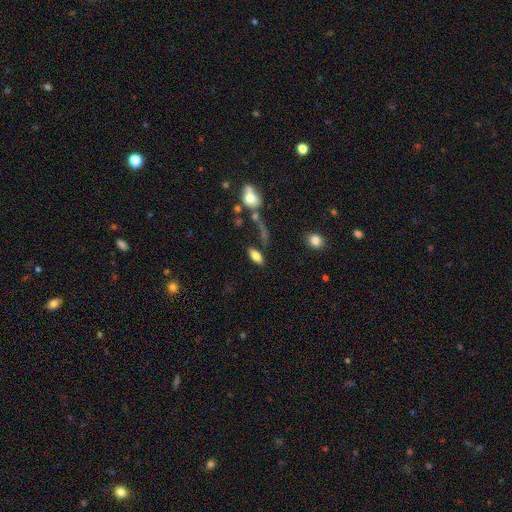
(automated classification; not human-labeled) A smooth galaxy with no disk features (75%) that is in between round and cigar-shaped (83%).

Vote fractions:
- Smooth or featured? smooth: 75% / featured or disk: 16% / star or artifact: 8%
- How rounded? in between: 83% / cigar-shaped: 12% / round: 4%
- Merging? none: 66% / minor disturbance: 14% / merger: 11% / major disturbance: 9%